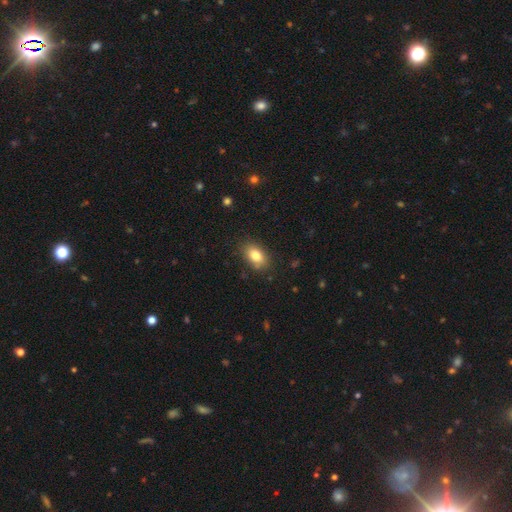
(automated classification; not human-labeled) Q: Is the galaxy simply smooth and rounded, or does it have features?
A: smooth — 82%.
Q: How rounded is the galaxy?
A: in between — 88%.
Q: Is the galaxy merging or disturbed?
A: none — 84%.